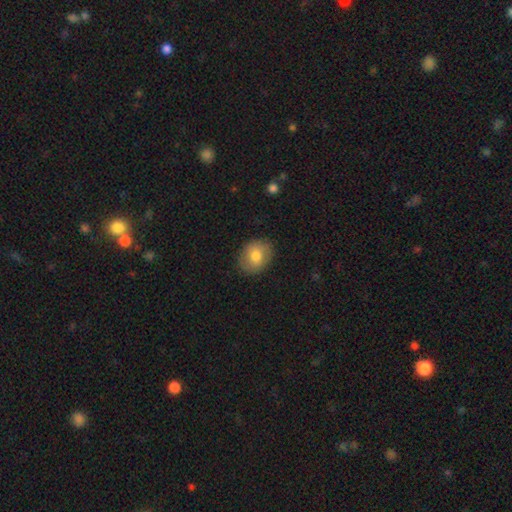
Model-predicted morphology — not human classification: type=smooth (76%); roundness=round (52%); merging=none (85%).